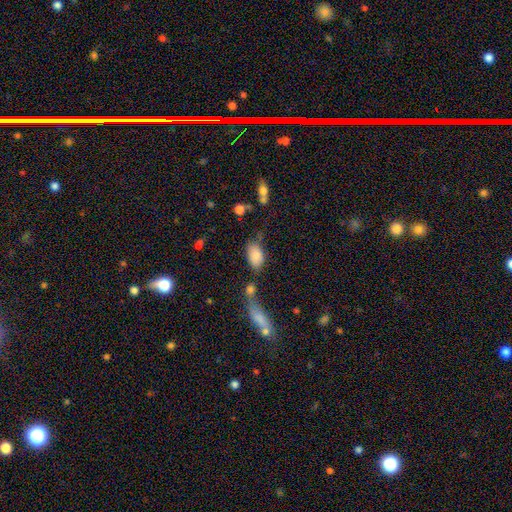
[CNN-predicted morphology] This appears to be a smooth galaxy with no disk features (84%) that is in between round and cigar-shaped (92%). Merging: none (53%).